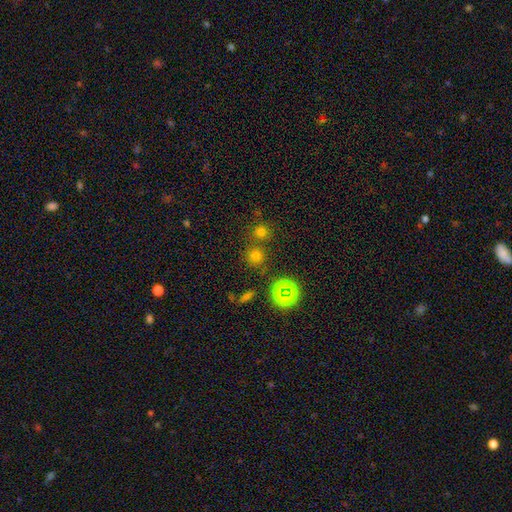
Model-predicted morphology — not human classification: smooth-or-featured: smooth: 66% | star or artifact: 27% | featured or disk: 7%
  how-rounded: round: 91% | in between: 8% | cigar-shaped: 1%
  merging: none: 69% | merger: 19% | minor disturbance: 8% | major disturbance: 4%